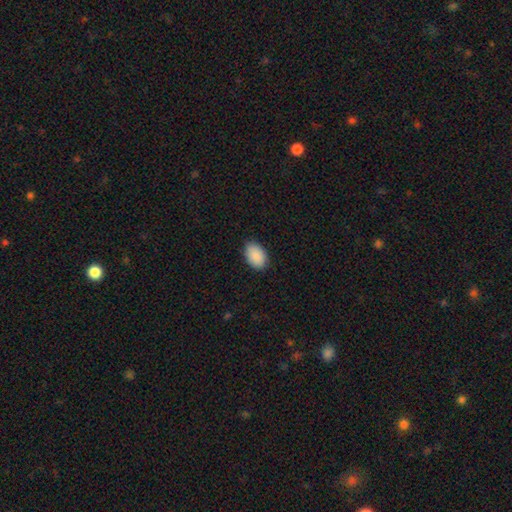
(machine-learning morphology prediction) This appears to be a smooth galaxy with no disk features (90%) that is in between round and cigar-shaped (90%). Merging: none (86%).